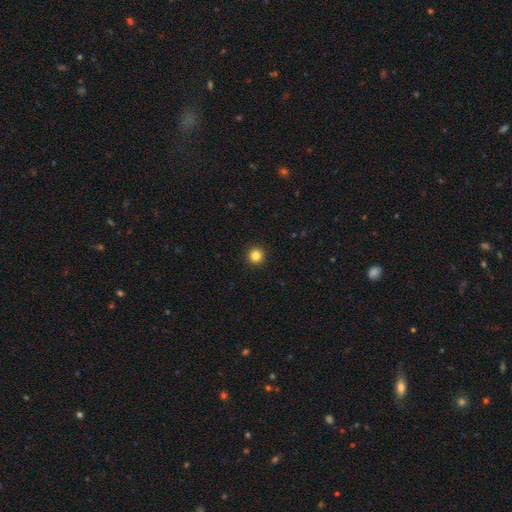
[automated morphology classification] Overall: smooth (83%). How rounded: round (96%). Merging: none (94%).